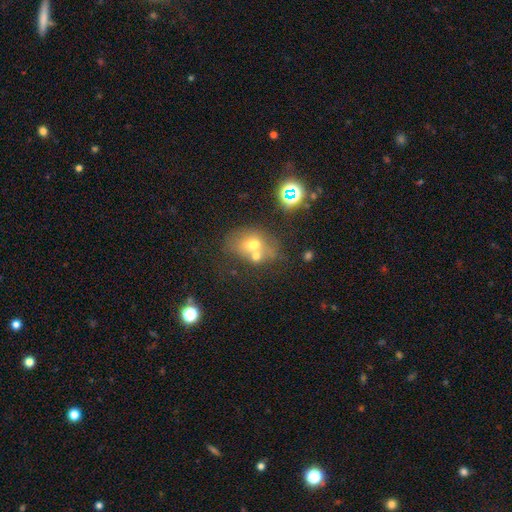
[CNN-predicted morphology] A smooth galaxy with no disk features (59%) that is in between round and cigar-shaped (55%).

Vote fractions:
- Smooth or featured? smooth: 59% / featured or disk: 26% / star or artifact: 15%
- How rounded? in between: 55% / round: 44% / cigar-shaped: 1%
- Merging? merger: 44% / none: 34% / minor disturbance: 14% / major disturbance: 9%